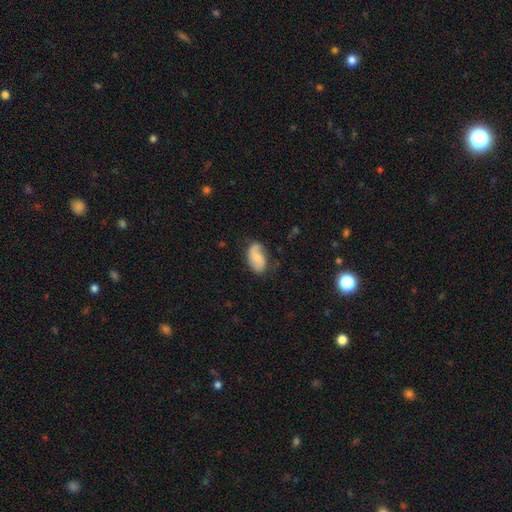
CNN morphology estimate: Smooth or featured?
  - smooth: 50% *
  - featured or disk: 43%
  - star or artifact: 7%
How rounded?
  - in between: 92% *
  - round: 5%
  - cigar-shaped: 2%
Merging?
  - none: 69% *
  - minor disturbance: 23%
  - major disturbance: 6%
  - merger: 2%